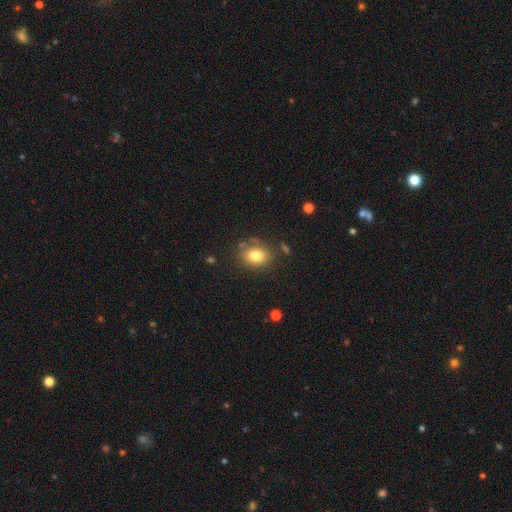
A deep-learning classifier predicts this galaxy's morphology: smooth 79%, featured or disk 11%, star or artifact 10%. Down the decision tree: how rounded — in between (54%); merging — none (72%).